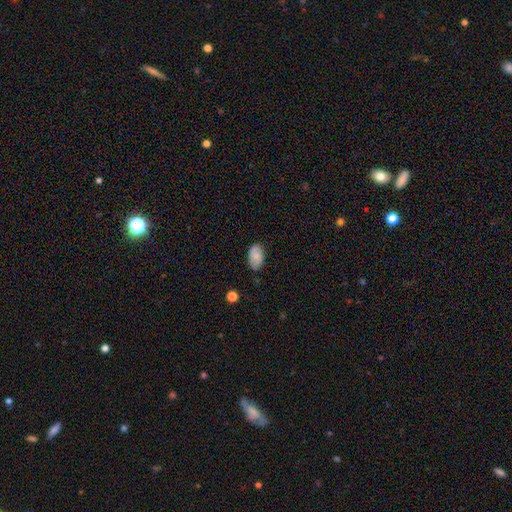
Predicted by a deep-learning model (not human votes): A smooth galaxy with no disk features (82%) that is in between round and cigar-shaped (94%).

Vote fractions:
- Smooth or featured? smooth: 82% / featured or disk: 11% / star or artifact: 7%
- How rounded? in between: 94% / round: 5% / cigar-shaped: 1%
- Merging? none: 81% / minor disturbance: 15% / major disturbance: 3% / merger: 1%